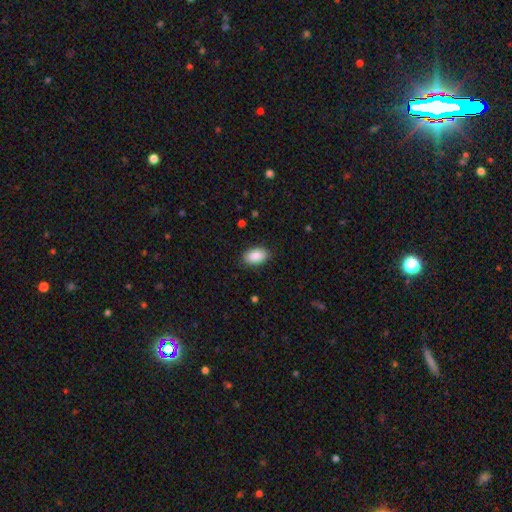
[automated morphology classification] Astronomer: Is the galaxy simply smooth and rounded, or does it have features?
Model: smooth — 90%.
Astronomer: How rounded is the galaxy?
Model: in between — 93%.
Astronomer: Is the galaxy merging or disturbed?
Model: none — 88%.